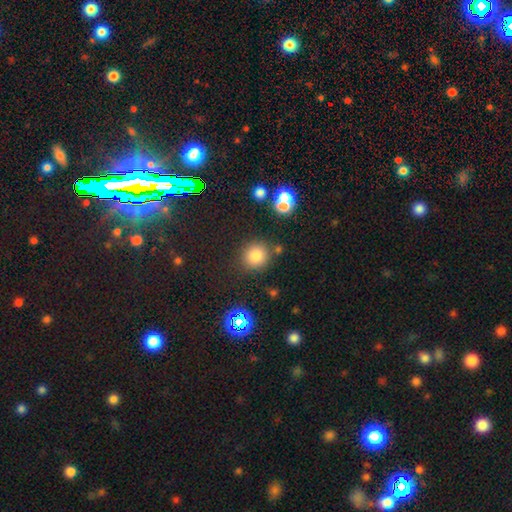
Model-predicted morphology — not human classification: Smooth or featured: smooth — 78% (star or artifact — 15%)
How rounded: round — 89% (in between — 10%)
Merging: none — 81% (minor disturbance — 9%)